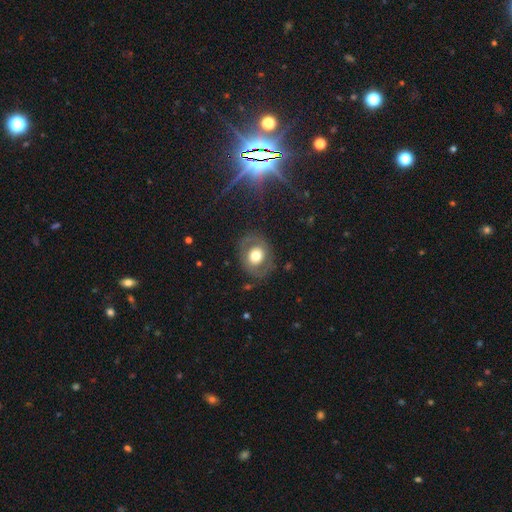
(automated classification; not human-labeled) Smooth or featured? Predicted: smooth (p=0.47). Merging? Predicted: none (p=0.77).